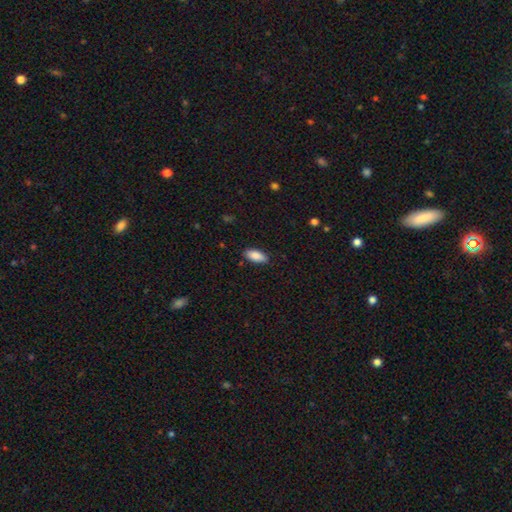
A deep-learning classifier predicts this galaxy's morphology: Smooth or featured: smooth — 88% (star or artifact — 6%)
How rounded: in between — 86% (cigar-shaped — 12%)
Merging: none — 86% (minor disturbance — 11%)